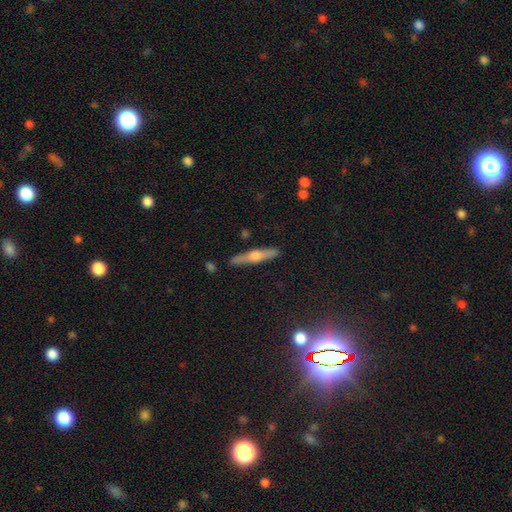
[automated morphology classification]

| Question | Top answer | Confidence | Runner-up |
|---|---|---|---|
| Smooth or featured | featured or disk | 61% | smooth (32%) |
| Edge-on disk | yes | 95% | no (5%) |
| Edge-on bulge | rounded | 88% | boxy (7%) |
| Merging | none | 89% | minor disturbance (8%) |